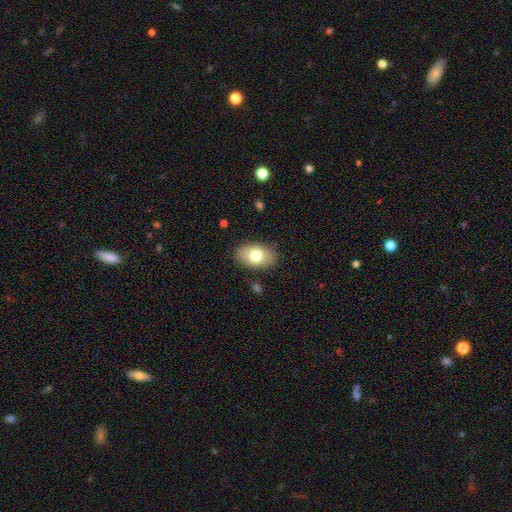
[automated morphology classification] This appears to be a smooth galaxy with no disk features (75%) that is in between round and cigar-shaped (90%). Merging: none (85%).